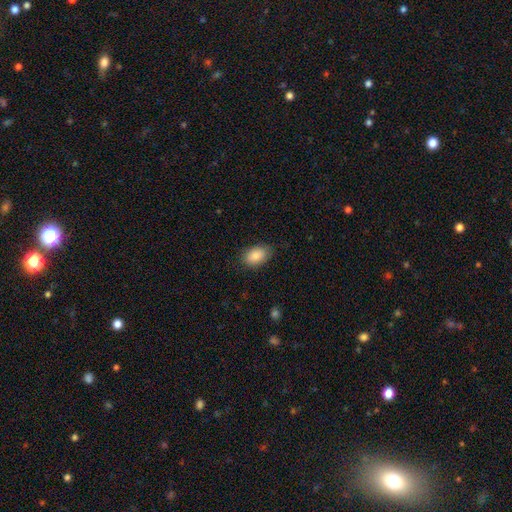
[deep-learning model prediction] Overall: smooth (87%). How rounded: in between (88%). Merging: none (80%).